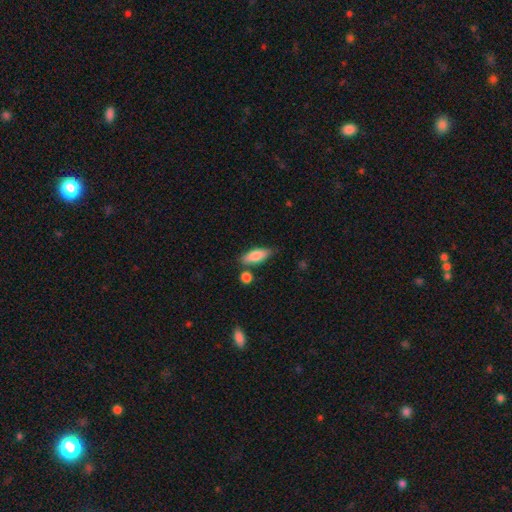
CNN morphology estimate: This is clearly a smooth galaxy (82%). How rounded: likely in between (67%). Merging: likely none (71%).